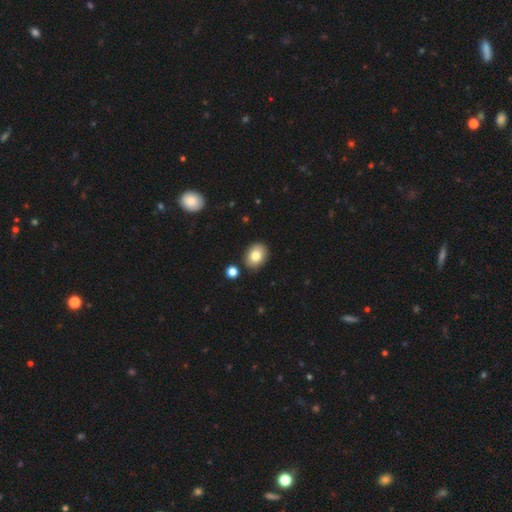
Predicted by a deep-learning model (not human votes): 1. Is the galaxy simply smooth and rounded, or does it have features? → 81% smooth, 10% featured or disk, 9% star or artifact.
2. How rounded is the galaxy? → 61% in between, 38% round, 1% cigar-shaped.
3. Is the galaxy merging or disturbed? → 86% none, 9% minor disturbance, 3% merger, 2% major disturbance.